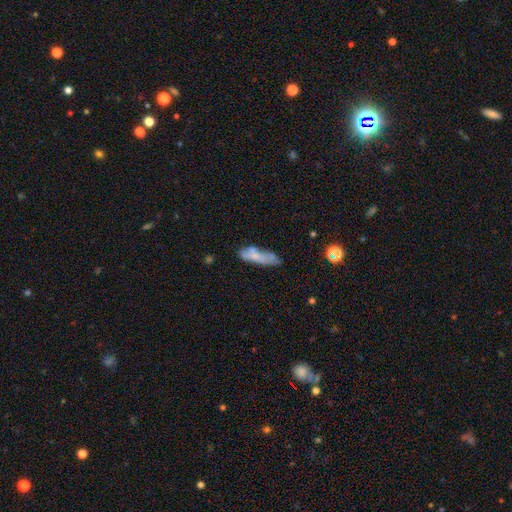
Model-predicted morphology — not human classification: Overall: smooth (65%; featured or disk 27%). How rounded: cigar-shaped (55%; in between 42%). Merging: none (56%; minor disturbance 25%).